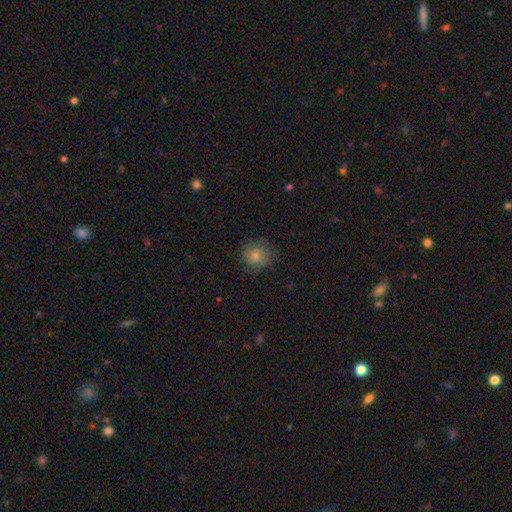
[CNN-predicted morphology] smooth_or_featured: smooth (p=0.80) [alt: featured or disk p=0.10]
how_rounded: round (p=0.88) [alt: in between p=0.11]
merging: none (p=0.74) [alt: minor disturbance p=0.18]